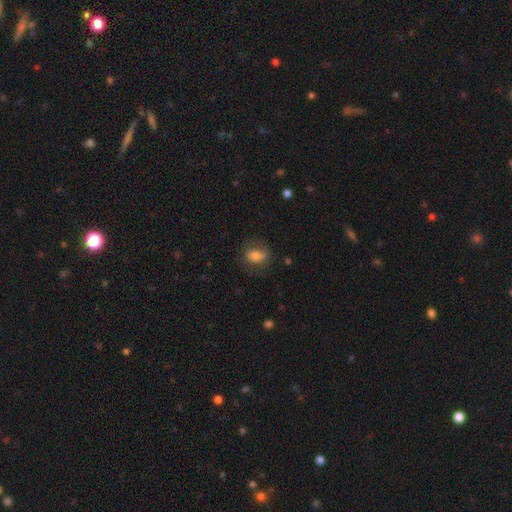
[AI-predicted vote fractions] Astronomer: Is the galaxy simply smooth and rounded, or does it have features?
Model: smooth — 70%.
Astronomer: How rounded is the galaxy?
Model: in between — 70%.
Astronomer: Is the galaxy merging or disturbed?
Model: none — 68%.